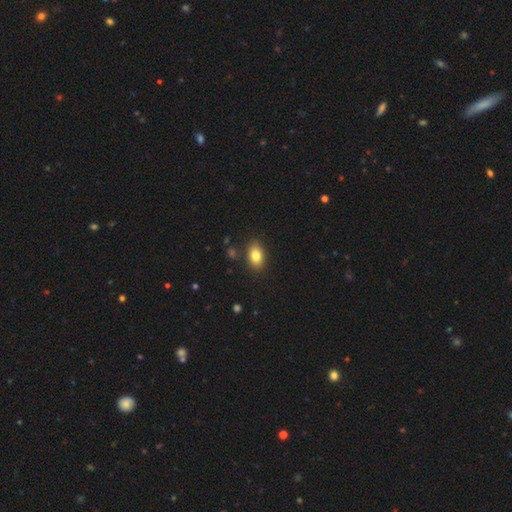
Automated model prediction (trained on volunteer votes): A smooth galaxy with no disk features (82%) that is in between round and cigar-shaped (86%).

Vote fractions:
- Smooth or featured? smooth: 82% / featured or disk: 10% / star or artifact: 9%
- How rounded? in between: 86% / round: 12% / cigar-shaped: 2%
- Merging? none: 85% / minor disturbance: 10% / major disturbance: 2% / merger: 2%